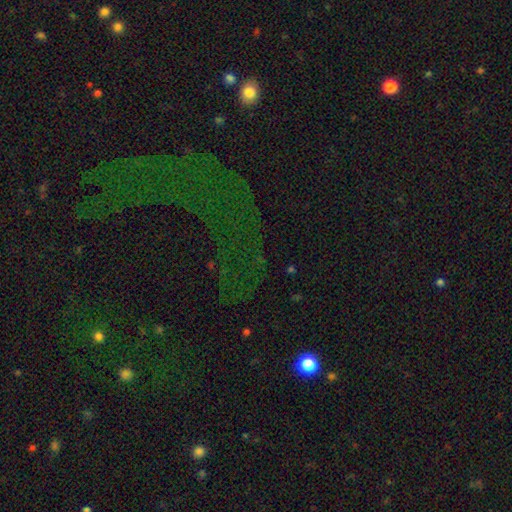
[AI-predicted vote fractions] This is likely a star or artifact rather than a galaxy (71%).